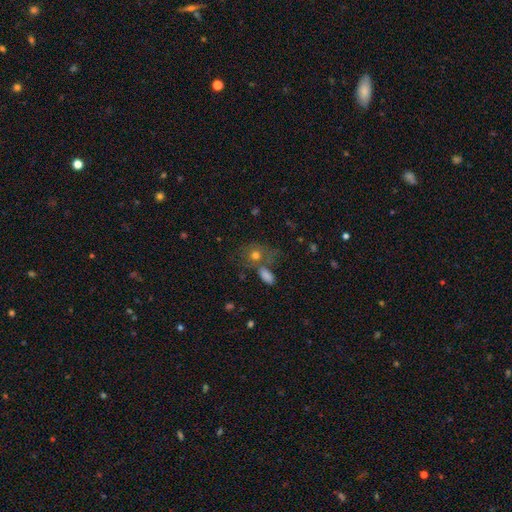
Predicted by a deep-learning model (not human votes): Overall: smooth (63%). How rounded: round (58%; in between 40%). Merging: none (50%; merger 26%).